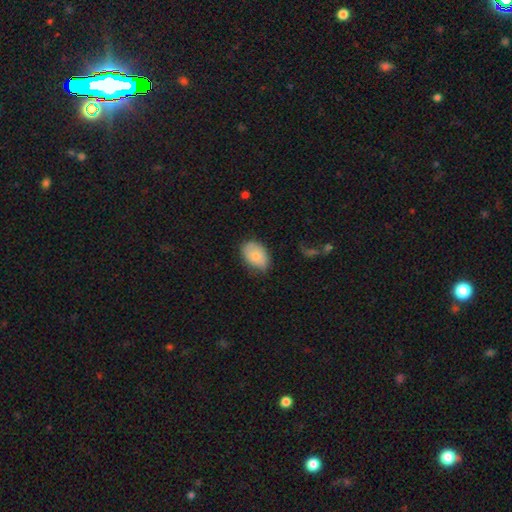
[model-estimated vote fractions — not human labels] smooth 79%, featured or disk 15%, star or artifact 7%. Down the decision tree: how rounded — in between (87%); merging — none (68%).